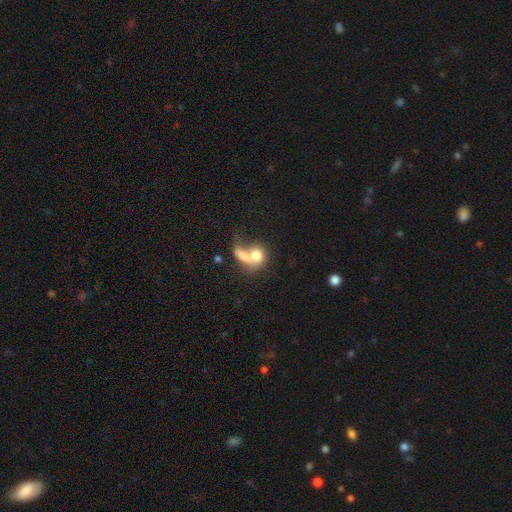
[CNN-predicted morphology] Smooth or featured? Predicted: smooth (p=0.70). How rounded? Predicted: round (p=0.55). Merging? Predicted: merger (p=0.61).